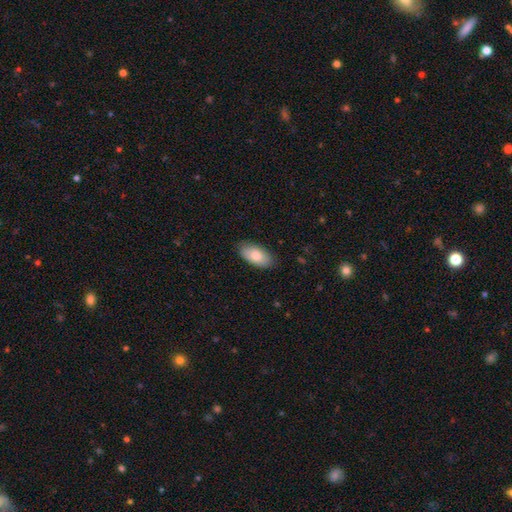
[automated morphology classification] Q: Smooth or featured?
A: smooth (78%); runner-up: featured or disk (16%)
Q: How rounded?
A: in between (93%); runner-up: cigar-shaped (4%)
Q: Merging?
A: none (85%); runner-up: minor disturbance (12%)